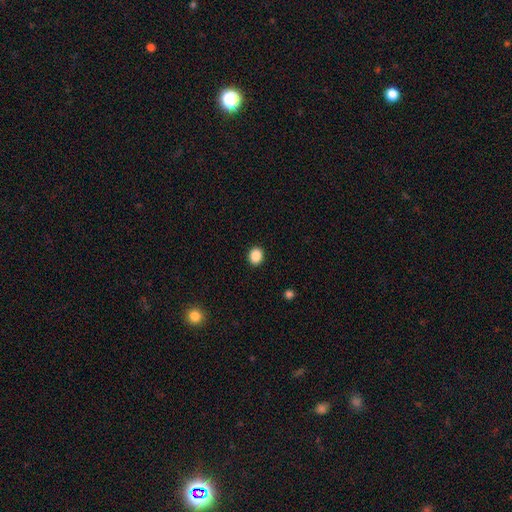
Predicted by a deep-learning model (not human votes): smooth 88%, star or artifact 9%, featured or disk 3%. Down the decision tree: how rounded — round (62%); merging — none (91%).